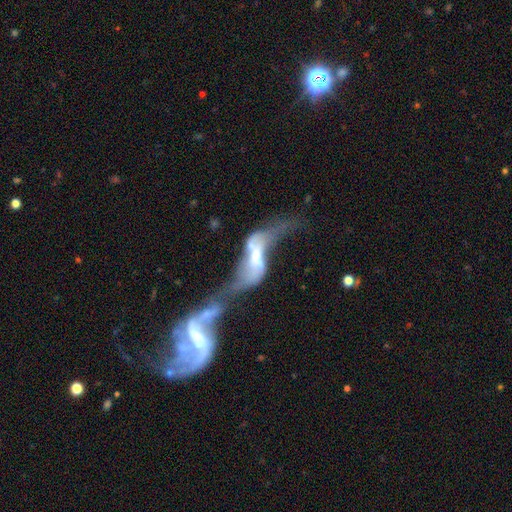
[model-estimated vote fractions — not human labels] featured or disk 73%, smooth 18%, star or artifact 8%. Down the decision tree: edge-on disk — no (88%); bar — no (44%); spiral arms — yes (68%); bulge size — moderate (42%); merging — merger (75%).